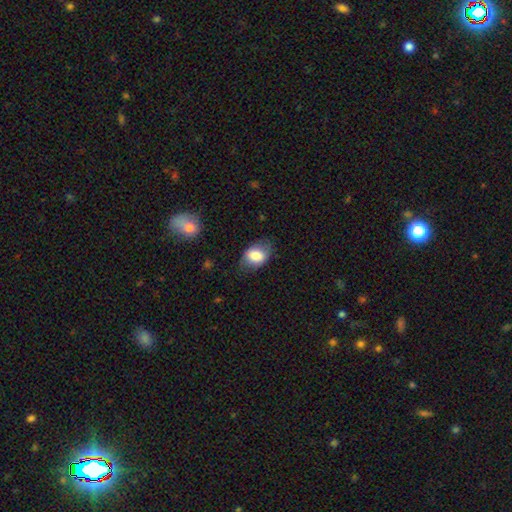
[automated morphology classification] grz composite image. It shows a smooth galaxy with no disk features (79%) that is in between round and cigar-shaped (77%). Merging: none (68%).